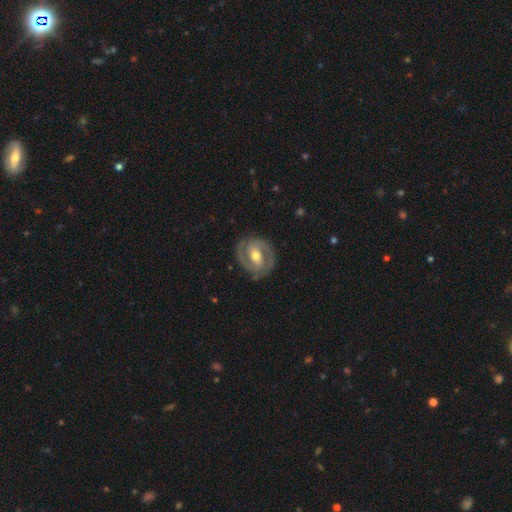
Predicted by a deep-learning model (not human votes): Smooth or featured: featured or disk — 86% (smooth — 10%)
Edge-on disk: no — 97% (yes — 3%)
Bar: weak — 43% (strong — 35%)
Spiral arms: yes — 93% (no — 7%)
Spiral winding: tight — 54% (medium — 39%)
Spiral arm count: 2 — 88% (can't tell — 5%)
Bulge size: moderate — 74% (small — 18%)
Merging: none — 84% (minor disturbance — 11%)